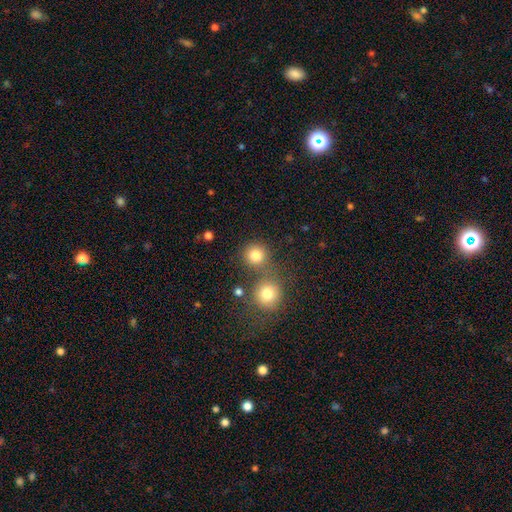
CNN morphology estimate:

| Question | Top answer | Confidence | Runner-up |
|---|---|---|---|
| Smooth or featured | smooth | 81% | star or artifact (13%) |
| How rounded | round | 92% | in between (7%) |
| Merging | none | 65% | merger (24%) |